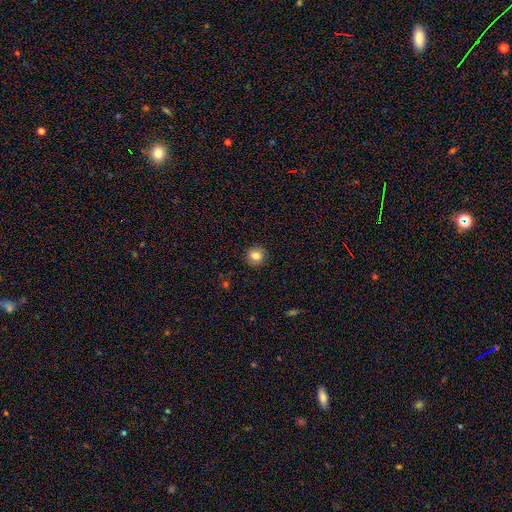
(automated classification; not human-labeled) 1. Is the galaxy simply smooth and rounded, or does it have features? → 83% smooth, 10% star or artifact, 7% featured or disk.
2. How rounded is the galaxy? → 89% round, 10% in between, 1% cigar-shaped.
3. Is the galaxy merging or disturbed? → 90% none, 7% minor disturbance, 2% major disturbance, 1% merger.